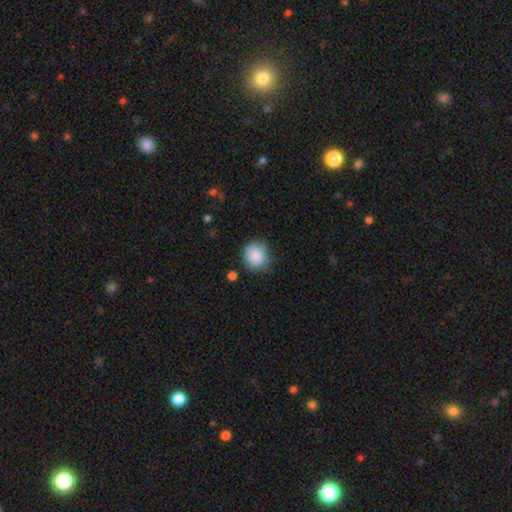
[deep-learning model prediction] Morphology: type=smooth (88%); roundness=round (85%); merging=none (74%).